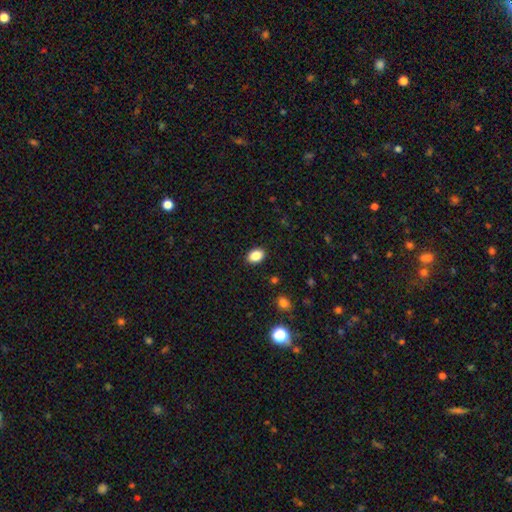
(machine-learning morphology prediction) The model was most divided on "how rounded": in between: 83%, round: 16%, cigar-shaped: 1%. More confident: merging — none (89%); smooth or featured — smooth (87%).